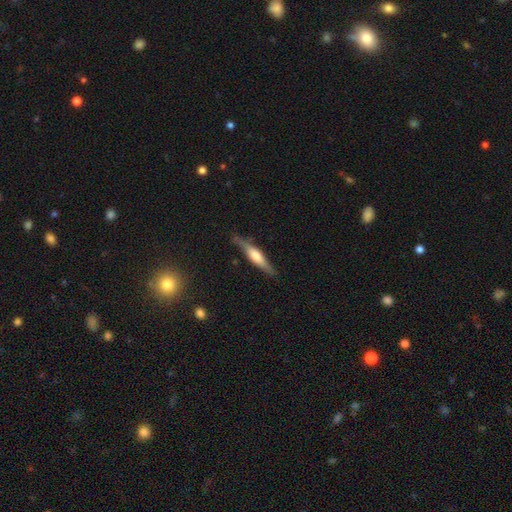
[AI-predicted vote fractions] Overall: featured or disk (57%; smooth 37%). Edge-on disk: yes (94%). Edge-on bulge: rounded (64%; boxy 27%). Merging: none (81%).